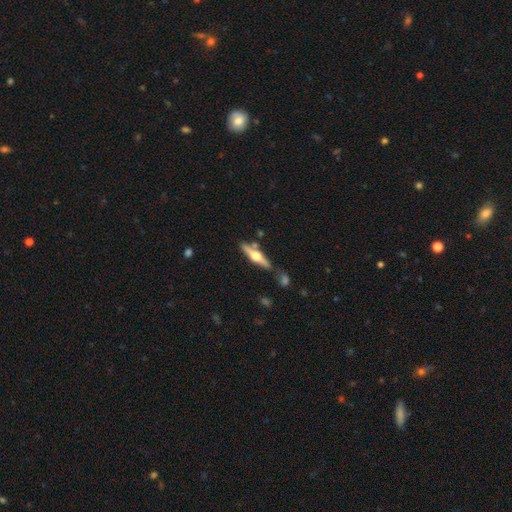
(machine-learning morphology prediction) A featured or disk galaxy (65%) viewed edge-on (95%) with a rounded central bulge (95%). Merging: none (73%).